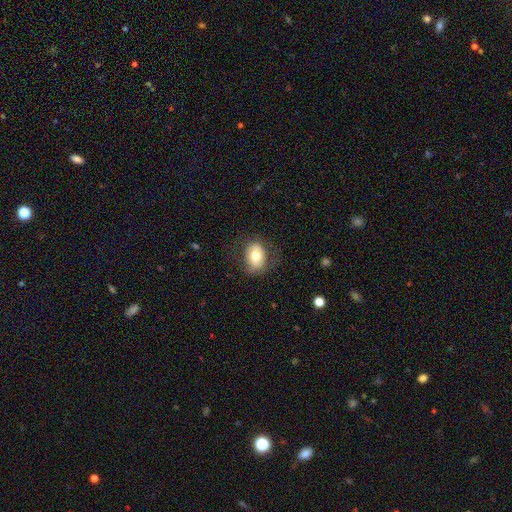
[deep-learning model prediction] Morphology: type=smooth (70%); roundness=in between (66%); merging=none (74%).